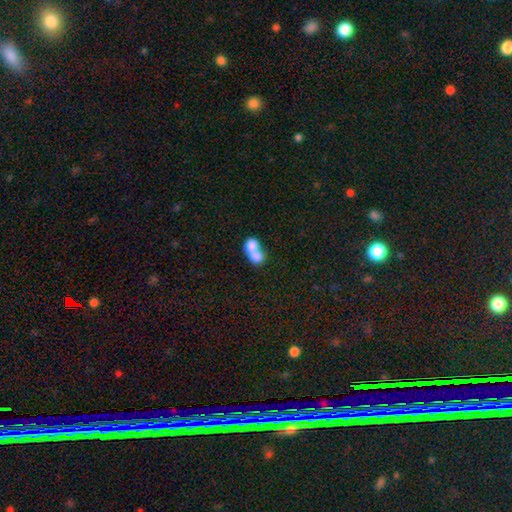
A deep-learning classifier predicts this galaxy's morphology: Overall: smooth (74%). How rounded: in between (56%; round 42%). Merging: merger (79%).